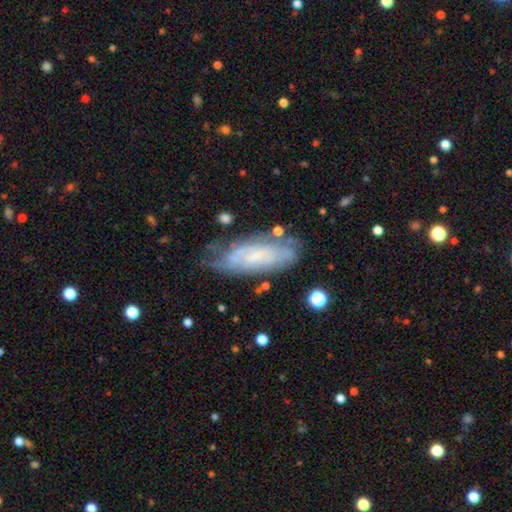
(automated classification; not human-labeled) Overall: featured or disk (60%; smooth 31%). Edge-on disk: no (84%). Bar: no (61%; weak 31%). Spiral arms: yes (78%). Bulge size: small (59%; none 20%). Merging: none (61%; minor disturbance 25%).